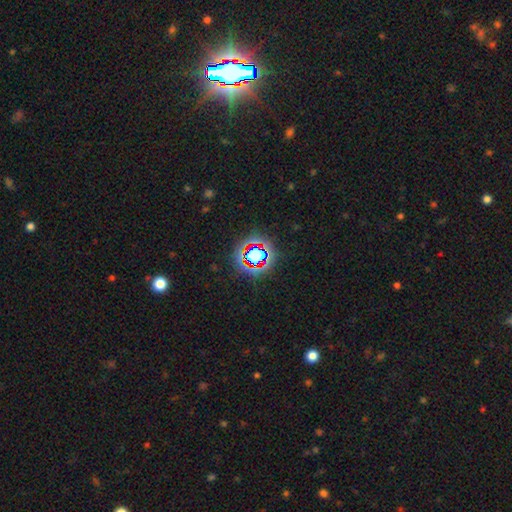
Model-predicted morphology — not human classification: Smooth or featured? Predicted: star or artifact (p=0.63).